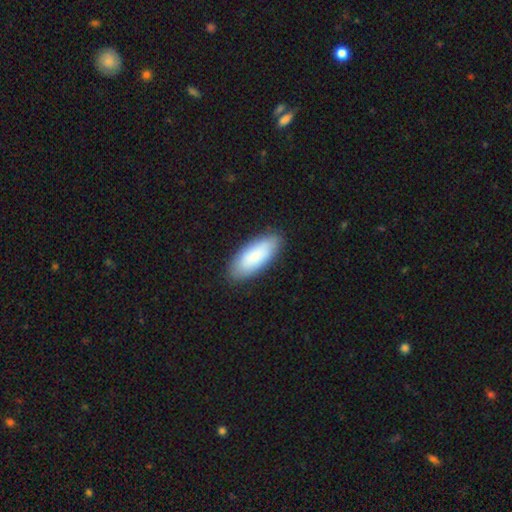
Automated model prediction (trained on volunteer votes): A smooth galaxy with no disk features (81%) that is in between round and cigar-shaped (80%).

Vote fractions:
- Smooth or featured? smooth: 81% / featured or disk: 13% / star or artifact: 6%
- How rounded? in between: 80% / cigar-shaped: 18% / round: 2%
- Merging? none: 86% / minor disturbance: 10% / major disturbance: 2% / merger: 1%